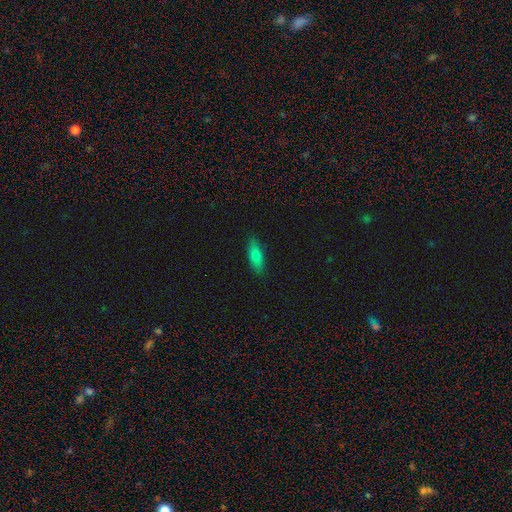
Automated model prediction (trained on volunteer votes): Smooth or featured? Predicted: smooth (p=0.76). How rounded? Predicted: in between (p=0.69). Merging? Predicted: none (p=0.87).